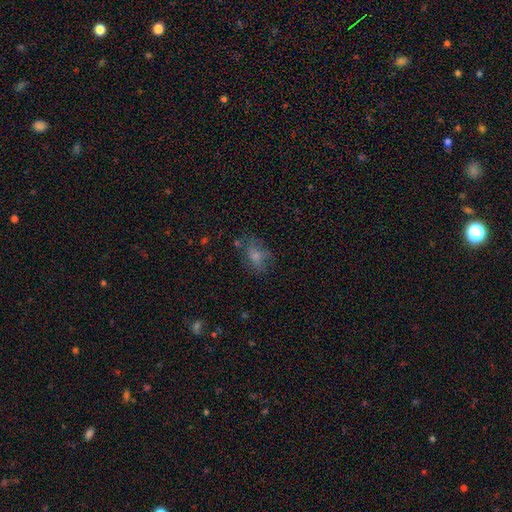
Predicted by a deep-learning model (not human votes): The model was most divided on "merging": none: 58%, minor disturbance: 23%, major disturbance: 16%, merger: 3%. More confident: how rounded — in between (69%); smooth or featured — smooth (61%).